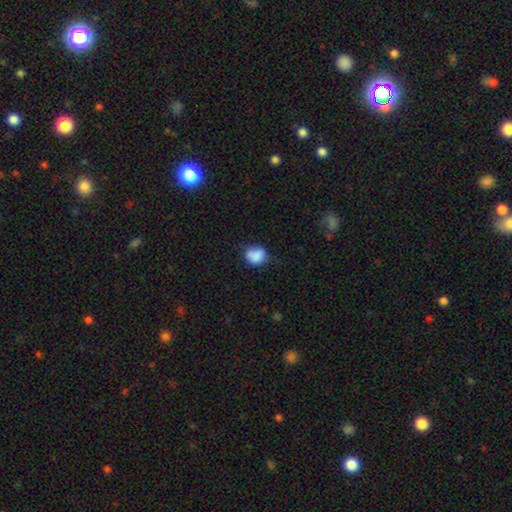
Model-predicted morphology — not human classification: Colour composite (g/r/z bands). It shows a smooth galaxy with no disk features (82%) that is round (60%). Merging: none (50%).